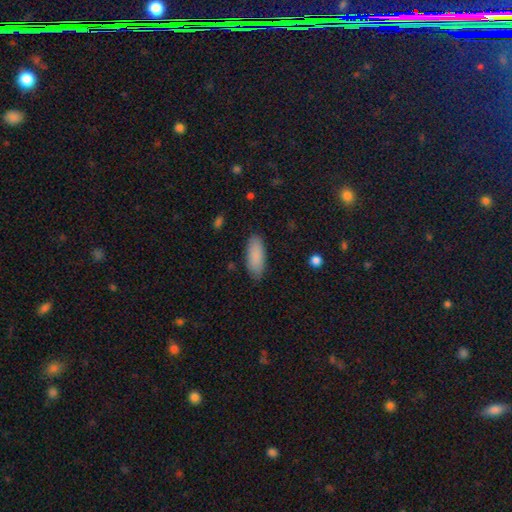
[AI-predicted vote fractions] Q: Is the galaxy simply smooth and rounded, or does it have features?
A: smooth — 89%.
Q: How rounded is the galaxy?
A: in between — 79%.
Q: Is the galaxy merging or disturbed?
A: none — 86%.